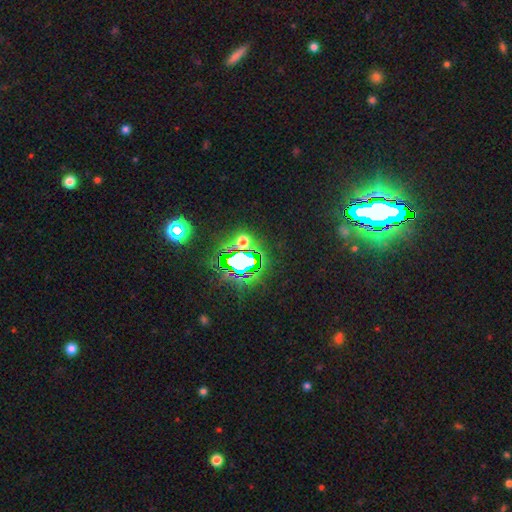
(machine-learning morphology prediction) star or artifact 83%, smooth 9%, featured or disk 8%.